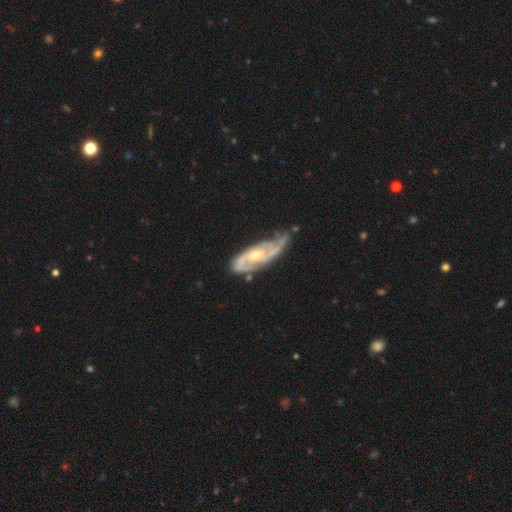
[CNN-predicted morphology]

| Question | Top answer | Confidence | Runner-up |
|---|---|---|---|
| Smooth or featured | featured or disk | 87% | smooth (8%) |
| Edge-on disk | no | 91% | yes (9%) |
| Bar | no | 56% | weak (36%) |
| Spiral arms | yes | 96% | no (4%) |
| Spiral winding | tight | 44% | tied: medium (44%) |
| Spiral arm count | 2 | 62% | can't tell (15%) |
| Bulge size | moderate | 53% | small (40%) |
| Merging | none | 57% | minor disturbance (29%) |